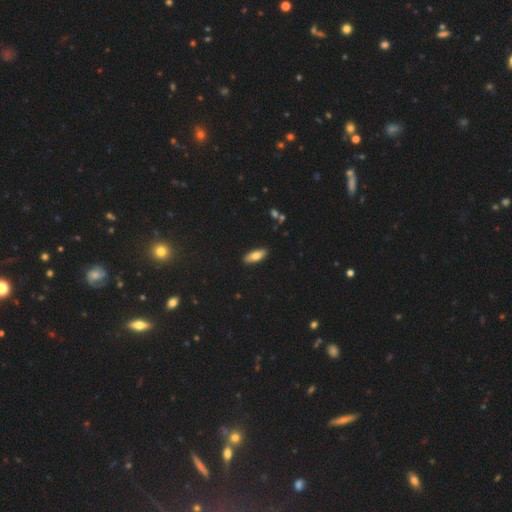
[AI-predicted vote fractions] A smooth galaxy with no disk features (76%) that is in between round and cigar-shaped (74%).

Vote fractions:
- Smooth or featured? smooth: 76% / featured or disk: 17% / star or artifact: 7%
- How rounded? in between: 74% / cigar-shaped: 23% / round: 2%
- Merging? none: 89% / minor disturbance: 8% / major disturbance: 2% / merger: 1%